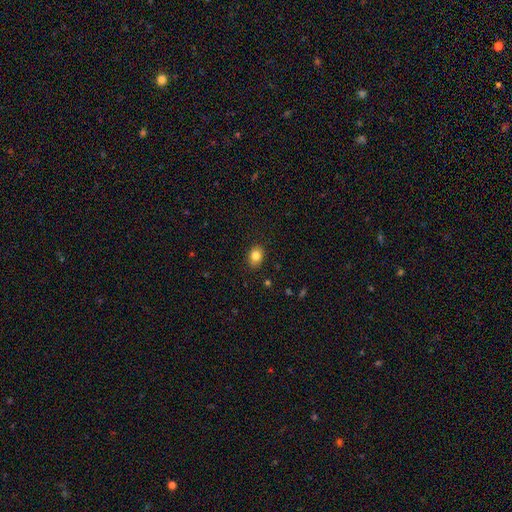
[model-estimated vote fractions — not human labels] Morphology: type=smooth (84%); roundness=in between (55%); merging=none (88%).